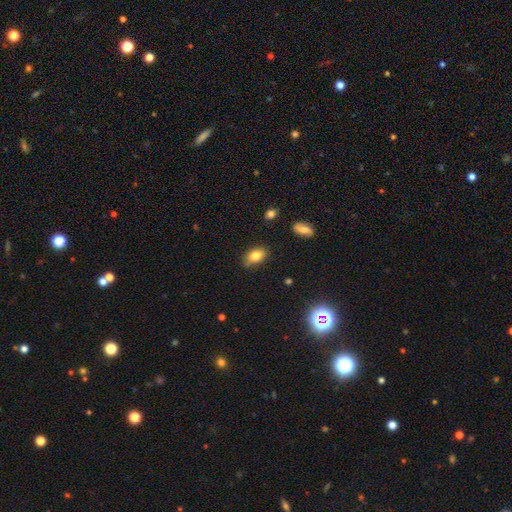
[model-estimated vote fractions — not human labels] Smooth or featured?
  - smooth: 80% *
  - featured or disk: 10%
  - star or artifact: 9%
How rounded?
  - in between: 89% *
  - round: 9%
  - cigar-shaped: 2%
Merging?
  - none: 79% *
  - minor disturbance: 16%
  - major disturbance: 3%
  - merger: 2%